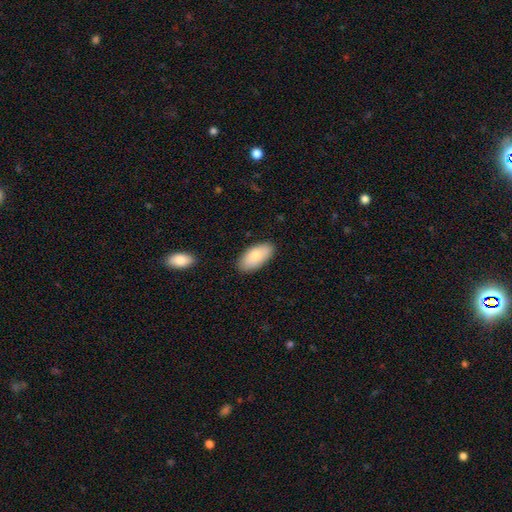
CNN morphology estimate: Smooth or featured? Predicted: smooth (p=0.82). How rounded? Predicted: in between (p=0.94). Merging? Predicted: none (p=0.87).